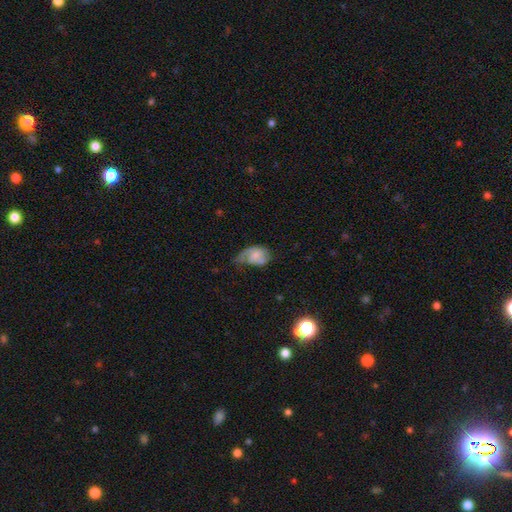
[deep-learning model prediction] Smooth or featured? featured or disk (46%, tied with smooth)
Merging? major disturbance (35%)